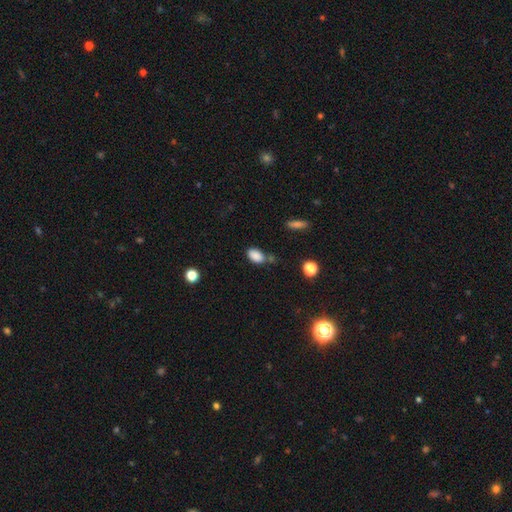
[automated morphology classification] smooth_or_featured: smooth (p=0.86) [alt: star or artifact p=0.09]
how_rounded: in between (p=0.90) [alt: round p=0.07]
merging: none (p=0.63) [alt: minor disturbance p=0.19]